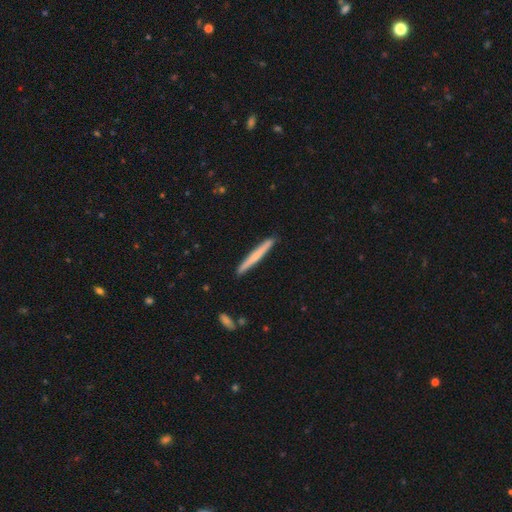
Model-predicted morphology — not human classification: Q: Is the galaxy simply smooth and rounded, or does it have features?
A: smooth — 59%.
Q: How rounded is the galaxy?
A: cigar-shaped — 97%.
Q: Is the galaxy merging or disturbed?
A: none — 91%.